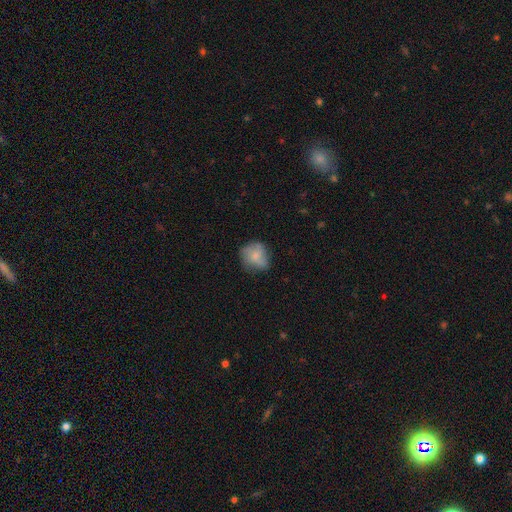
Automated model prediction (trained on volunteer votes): Smooth or featured? Predicted: smooth (p=0.63). How rounded? Predicted: round (p=0.75). Merging? Predicted: none (p=0.62).